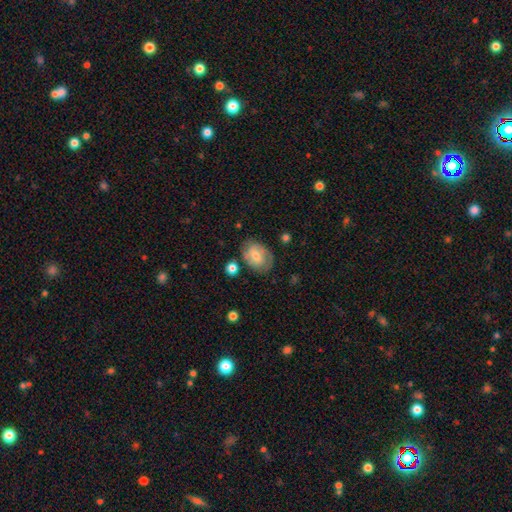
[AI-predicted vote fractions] The model was most divided on "smooth or featured": smooth: 59%, featured or disk: 34%, star or artifact: 8%. More confident: how rounded — in between (75%); merging — none (71%).